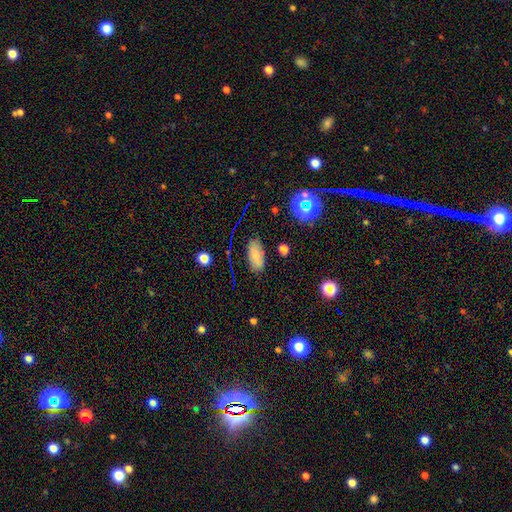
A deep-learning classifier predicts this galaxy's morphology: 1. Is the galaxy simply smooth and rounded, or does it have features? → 77% smooth, 12% star or artifact, 12% featured or disk.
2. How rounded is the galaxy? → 91% in between, 5% cigar-shaped, 4% round.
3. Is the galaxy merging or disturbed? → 79% none, 15% minor disturbance, 4% major disturbance, 2% merger.